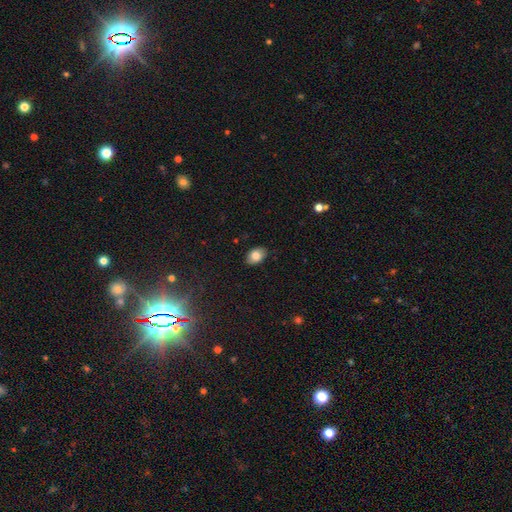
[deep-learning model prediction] Smooth or featured?
  - smooth: 81% *
  - featured or disk: 11%
  - star or artifact: 8%
How rounded?
  - in between: 85% *
  - round: 14%
  - cigar-shaped: 1%
Merging?
  - none: 84% *
  - minor disturbance: 13%
  - major disturbance: 2%
  - merger: 1%